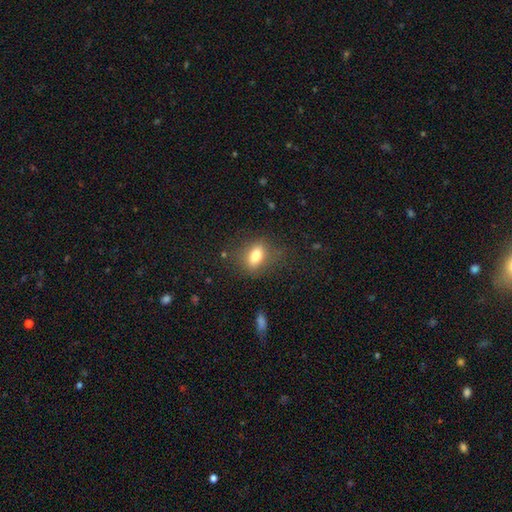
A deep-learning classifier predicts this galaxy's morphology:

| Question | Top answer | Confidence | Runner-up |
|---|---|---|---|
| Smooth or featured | smooth | 77% | featured or disk (13%) |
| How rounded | in between | 78% | round (16%) |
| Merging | none | 77% | minor disturbance (15%) |